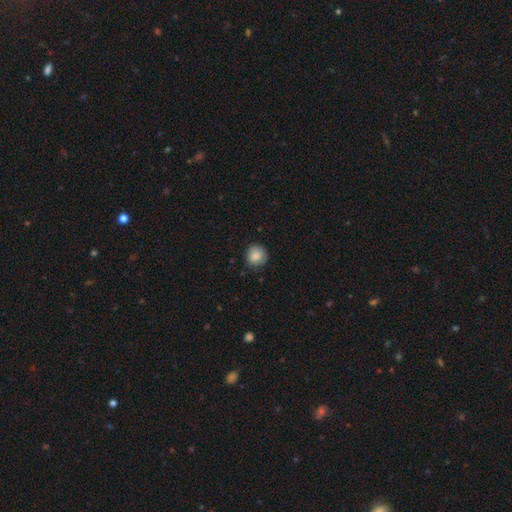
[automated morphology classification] type=smooth (86%); roundness=round (91%); merging=none (85%).